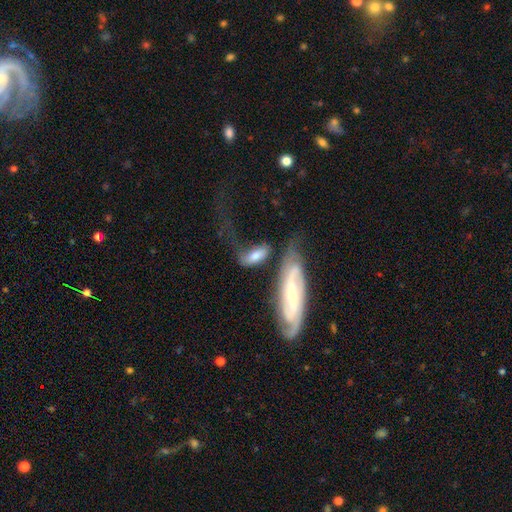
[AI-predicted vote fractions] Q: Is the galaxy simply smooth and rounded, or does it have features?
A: smooth — 57%.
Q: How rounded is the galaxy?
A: in between — 77%.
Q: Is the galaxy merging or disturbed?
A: merger — 32%.